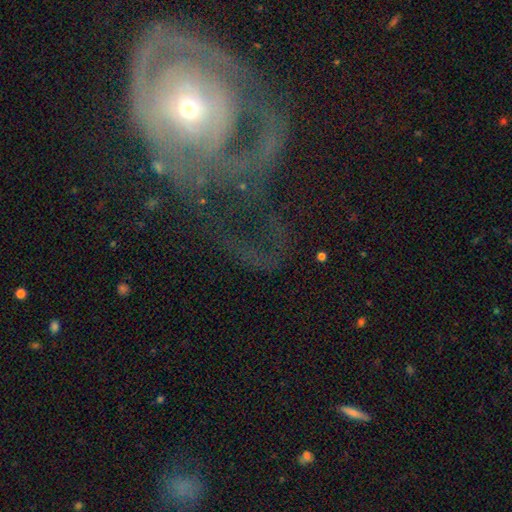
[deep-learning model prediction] A featured or disk galaxy (71%) with no bar (72%), spiral arms (68%) and a small central bulge (57%).

Vote fractions:
- Smooth or featured? featured or disk: 71% / smooth: 16% / star or artifact: 13%
- Edge-on disk? no: 95% / yes: 5%
- Bar? no: 72% / weak: 19% / strong: 10%
- Spiral arms? yes: 68% / no: 32%
- Bulge size? small: 57% / moderate: 37% / large: 3% / none: 2% / dominant: 1%
- Merging? major disturbance: 43% / none: 38% / minor disturbance: 14% / merger: 5%